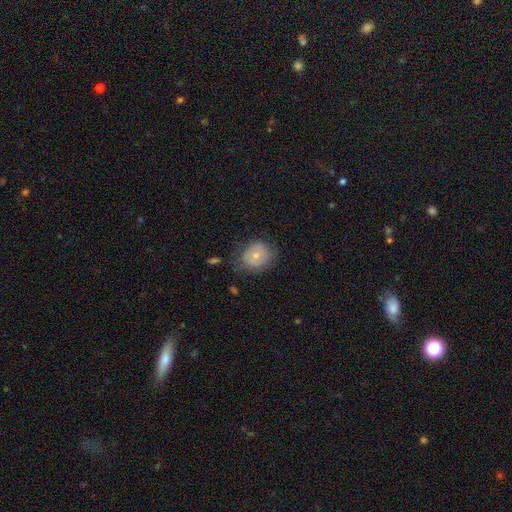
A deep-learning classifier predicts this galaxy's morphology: Overall: smooth (66%; featured or disk 26%). How rounded: round (67%; in between 32%). Merging: none (68%).